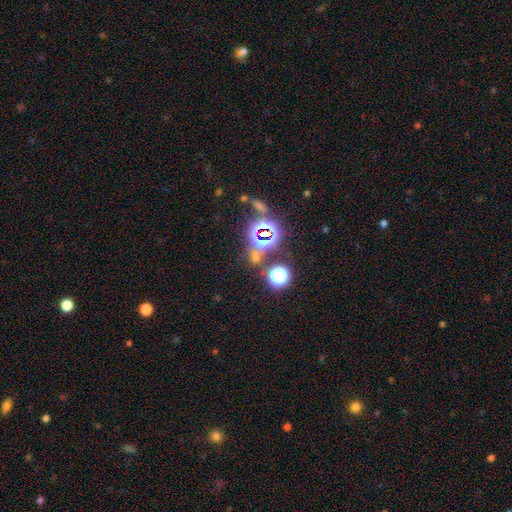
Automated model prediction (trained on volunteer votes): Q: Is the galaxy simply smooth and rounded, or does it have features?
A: star or artifact — 67%.